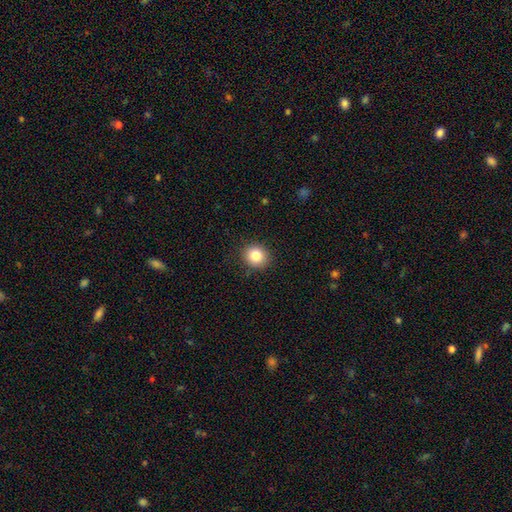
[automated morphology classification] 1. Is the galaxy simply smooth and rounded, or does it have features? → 83% smooth, 10% star or artifact, 6% featured or disk.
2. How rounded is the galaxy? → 82% round, 17% in between, 1% cigar-shaped.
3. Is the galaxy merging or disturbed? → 90% none, 7% minor disturbance, 2% major disturbance, 1% merger.